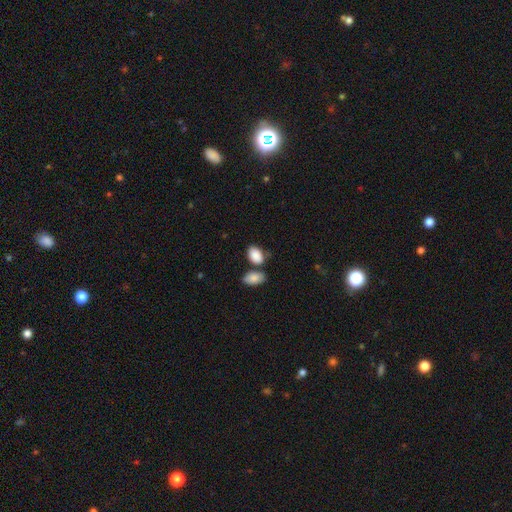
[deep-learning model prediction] The model was most divided on "merging": none: 62%, merger: 18%, minor disturbance: 15%, major disturbance: 4%. More confident: how rounded — in between (90%); smooth or featured — smooth (88%).